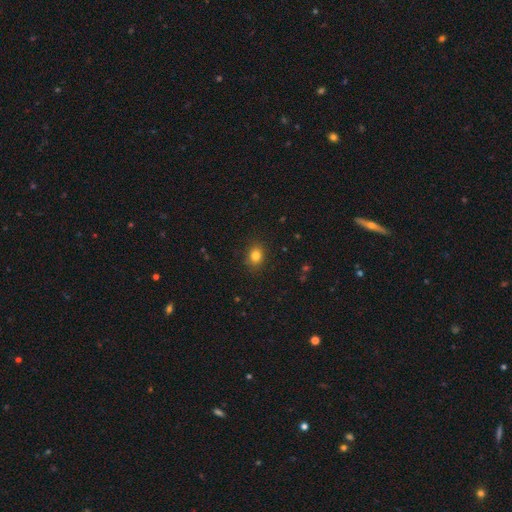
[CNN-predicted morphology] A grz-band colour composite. It shows a smooth galaxy with no disk features (82%) that is round (54%). Merging: none (88%).